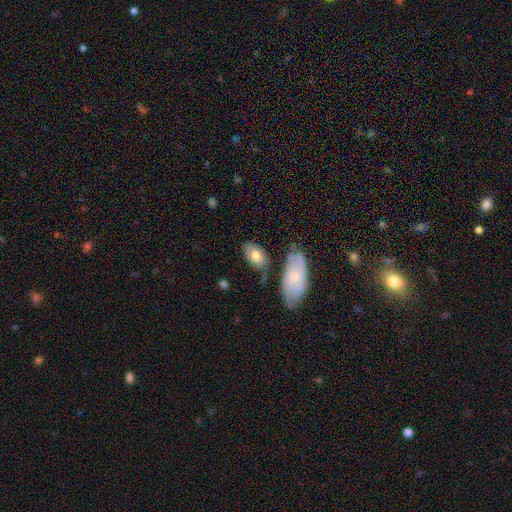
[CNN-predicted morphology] Smooth or featured? smooth (73%)
How rounded? in between (91%)
Merging? none (59%)